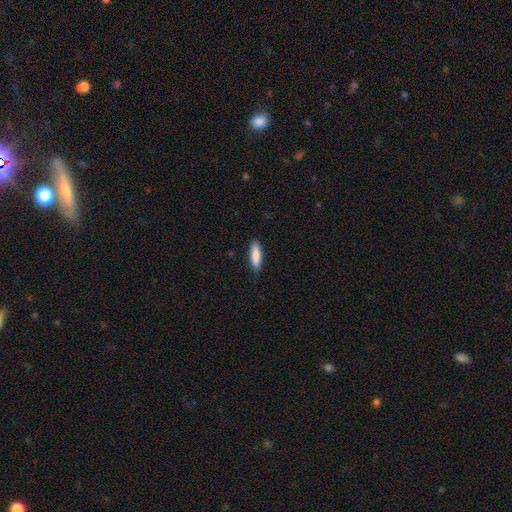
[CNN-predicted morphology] This is clearly a smooth galaxy (87%). How rounded: possibly in between (50%). Merging: clearly none (84%).